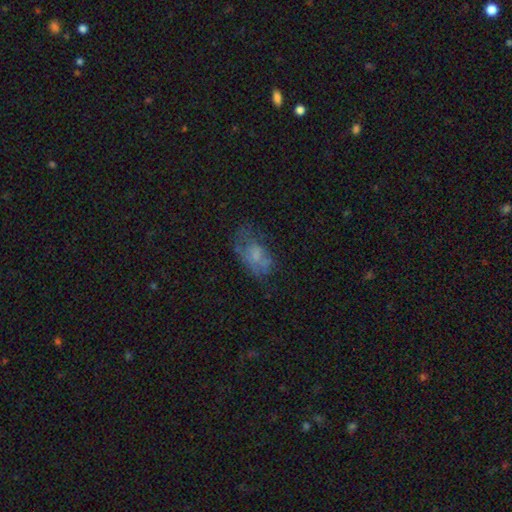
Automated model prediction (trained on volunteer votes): Overall: smooth (51%; featured or disk 35%). How rounded: in between (88%). Merging: none (41%; major disturbance 28%).